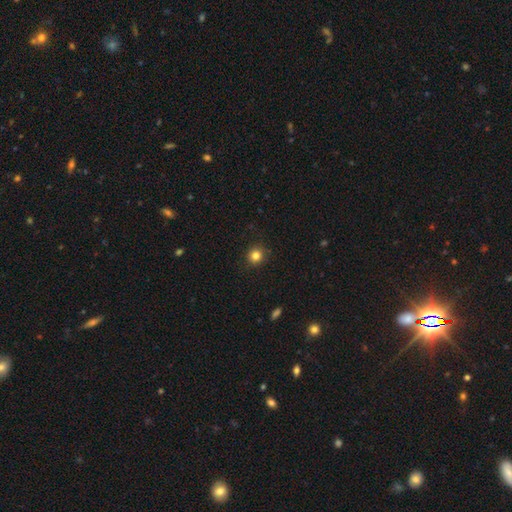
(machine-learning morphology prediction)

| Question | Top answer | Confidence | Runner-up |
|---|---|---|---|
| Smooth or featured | smooth | 83% | star or artifact (12%) |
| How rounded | round | 90% | in between (9%) |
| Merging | none | 91% | minor disturbance (6%) |